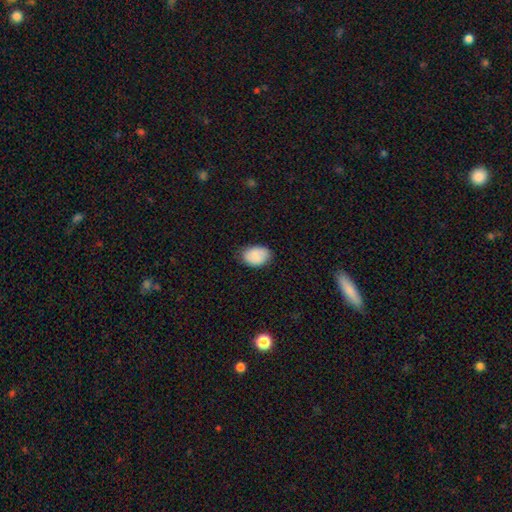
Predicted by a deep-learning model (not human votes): Q: Smooth or featured?
A: smooth (84%); runner-up: featured or disk (9%)
Q: How rounded?
A: in between (82%); runner-up: round (17%)
Q: Merging?
A: none (77%); runner-up: minor disturbance (19%)